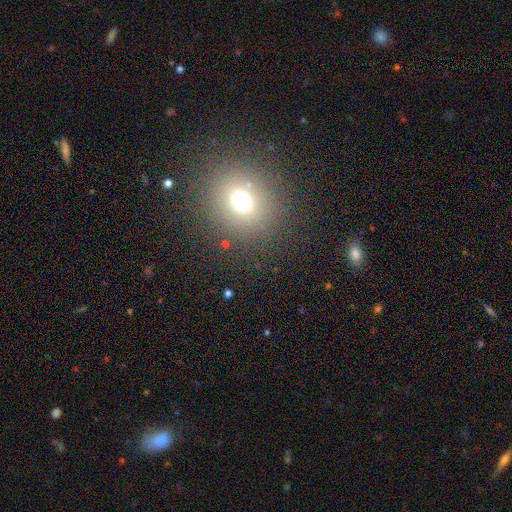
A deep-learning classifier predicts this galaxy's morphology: Overall: smooth (66%; star or artifact 26%). How rounded: round (82%). Merging: none (91%).